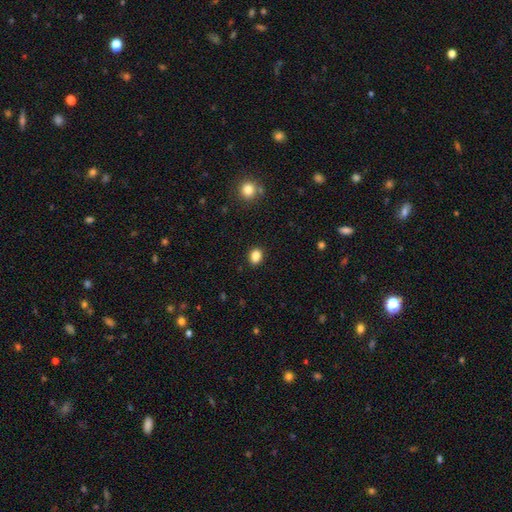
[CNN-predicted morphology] type=smooth (86%); roundness=in between (59%); merging=none (89%).